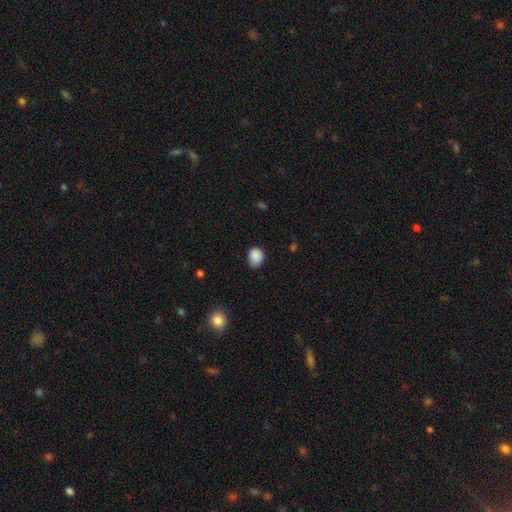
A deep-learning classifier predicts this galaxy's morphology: A smooth galaxy with no disk features (88%) that is in between round and cigar-shaped (53%). Merging: none (64%).